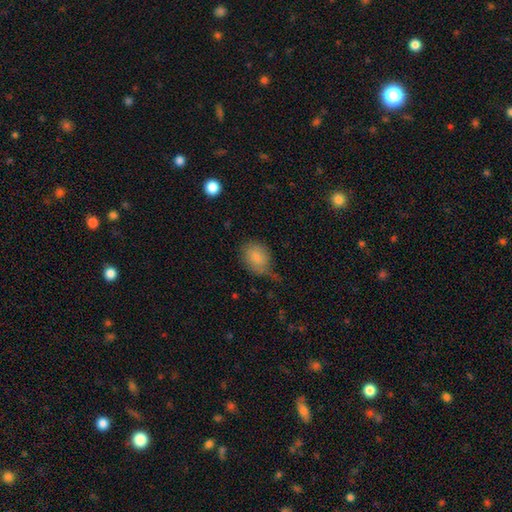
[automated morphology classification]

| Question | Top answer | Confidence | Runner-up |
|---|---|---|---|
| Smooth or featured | smooth | 82% | featured or disk (10%) |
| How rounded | in between | 57% | round (42%) |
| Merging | none | 46% | minor disturbance (33%) |